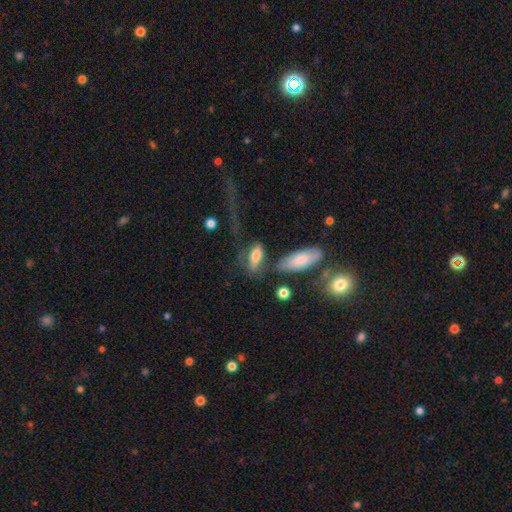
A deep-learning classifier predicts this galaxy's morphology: smooth 67%, featured or disk 25%, star or artifact 8%. Down the decision tree: how rounded — in between (74%); merging — none (40%).